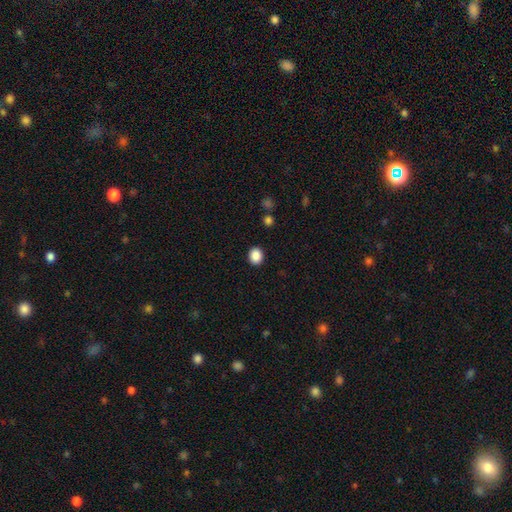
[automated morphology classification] Smooth or featured? smooth (88%)
How rounded? round (66%)
Merging? none (91%)